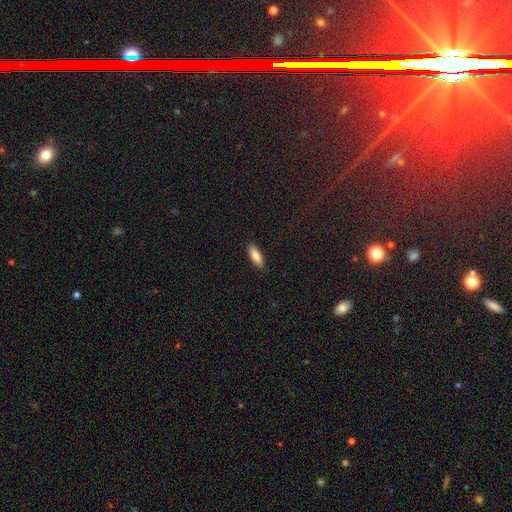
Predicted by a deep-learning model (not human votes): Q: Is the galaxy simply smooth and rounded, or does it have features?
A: smooth — 85%.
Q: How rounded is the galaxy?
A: in between — 66%.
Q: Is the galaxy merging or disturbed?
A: none — 89%.